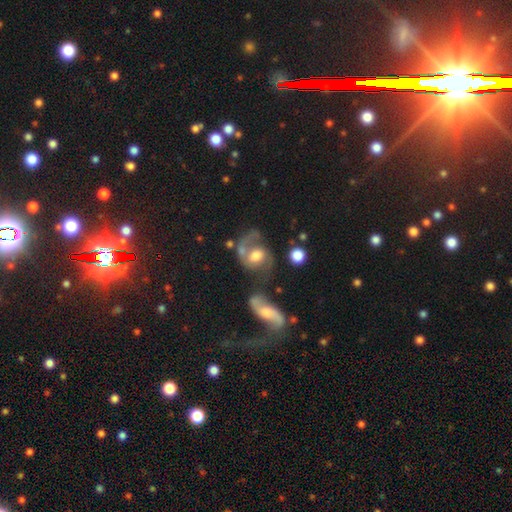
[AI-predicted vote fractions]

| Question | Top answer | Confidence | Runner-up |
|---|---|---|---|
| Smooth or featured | featured or disk | 73% | smooth (20%) |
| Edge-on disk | no | 97% | yes (3%) |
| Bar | no | 50% | weak (39%) |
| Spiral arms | yes | 87% | no (13%) |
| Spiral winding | medium | 48% | loose (37%) |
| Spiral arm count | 2 | 77% | 1 (15%) |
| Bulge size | moderate | 52% | large (31%) |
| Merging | none | 39% | merger (25%) |